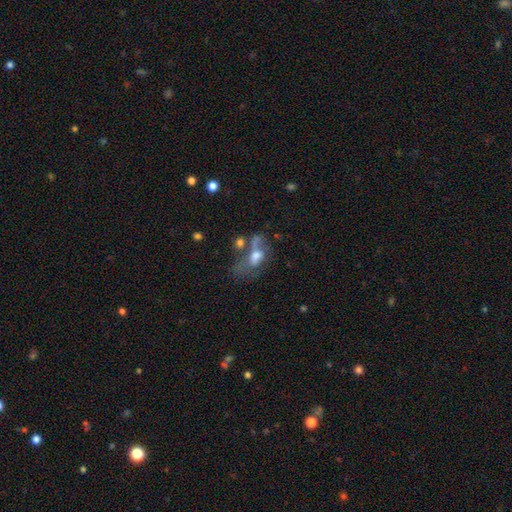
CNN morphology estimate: Smooth or featured?
  - smooth: 49% *
  - featured or disk: 39%
  - star or artifact: 13%
Merging?
  - major disturbance: 33% *
  - merger: 30%
  - none: 22%
  - minor disturbance: 15%